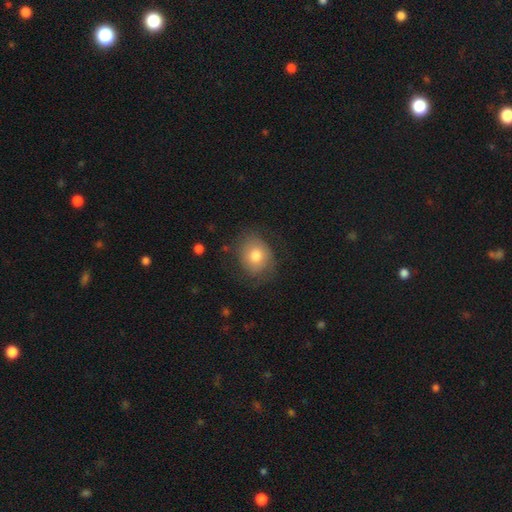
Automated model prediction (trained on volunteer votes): Q: Smooth or featured?
A: smooth (72%); runner-up: featured or disk (19%)
Q: How rounded?
A: round (60%); runner-up: in between (39%)
Q: Merging?
A: none (67%); runner-up: minor disturbance (21%)